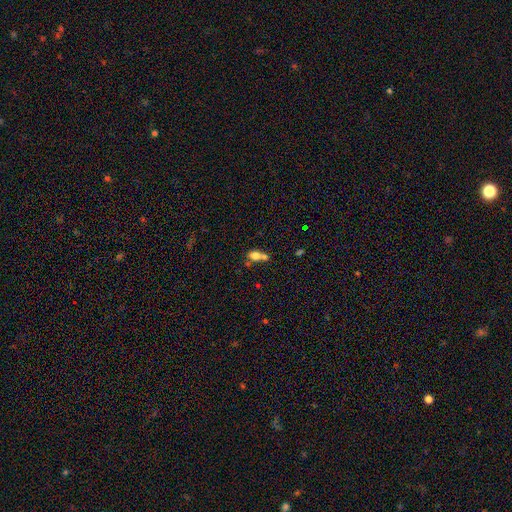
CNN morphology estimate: type=smooth (70%); roundness=in between (63%); merging=merger (57%).